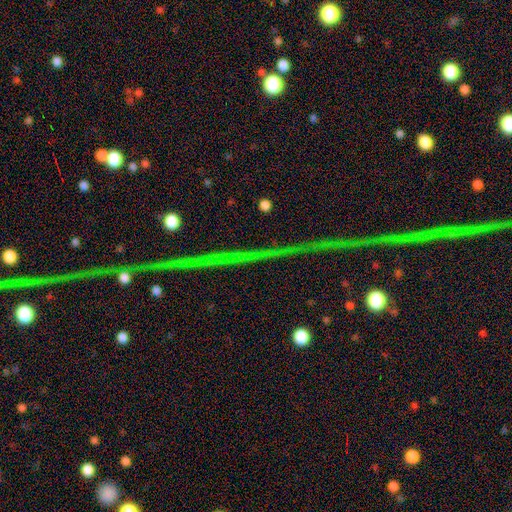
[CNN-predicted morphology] A star or artifact, not a galaxy (80%).

Vote fractions:
- Smooth or featured? star or artifact: 80% / featured or disk: 12% / smooth: 8%